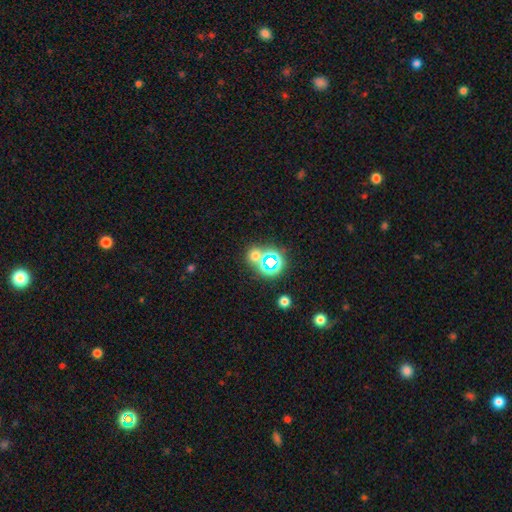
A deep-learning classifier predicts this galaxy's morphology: This is possibly a smooth galaxy (47%). Merging: likely none (64%).